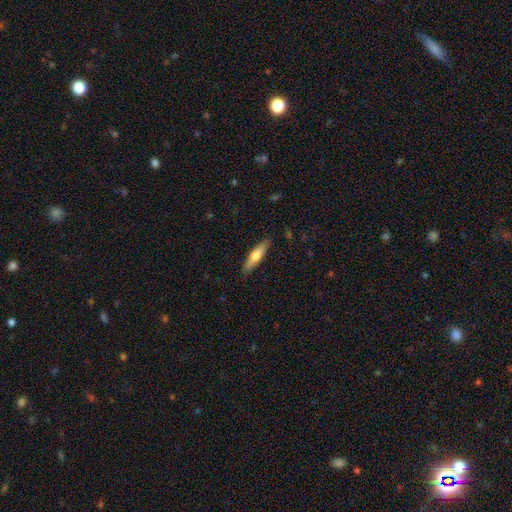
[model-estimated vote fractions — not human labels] A smooth galaxy with no disk features (60%) that is cigar-shaped (79%). Merging: none (89%).